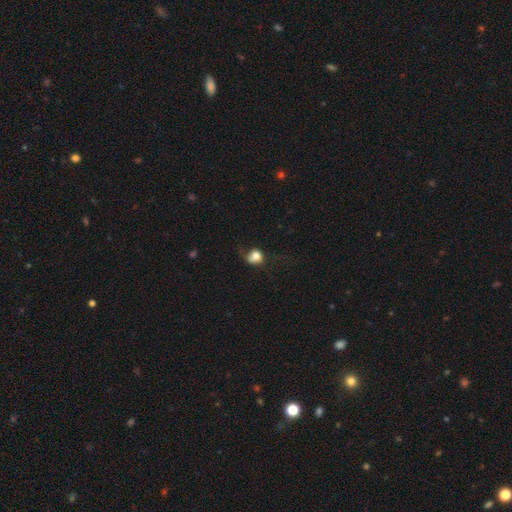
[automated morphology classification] A smooth galaxy with no disk features (77%) that is round (67%).

Vote fractions:
- Smooth or featured? smooth: 77% / featured or disk: 13% / star or artifact: 10%
- How rounded? round: 67% / in between: 32% / cigar-shaped: 1%
- Merging? none: 49% / minor disturbance: 27% / major disturbance: 22% / merger: 2%